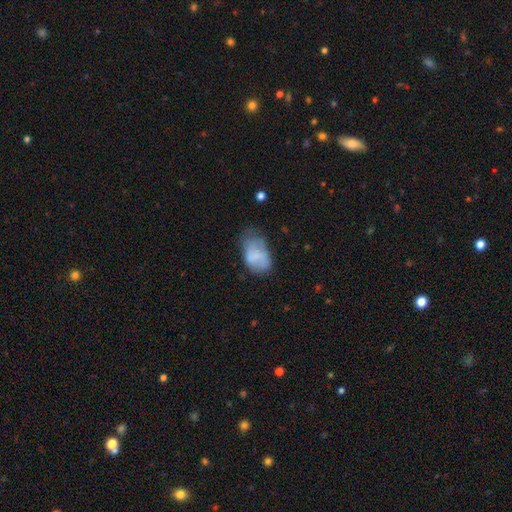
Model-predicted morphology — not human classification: Smooth or featured?
  - smooth: 71% *
  - featured or disk: 21%
  - star or artifact: 9%
How rounded?
  - in between: 89% *
  - round: 10%
  - cigar-shaped: 1%
Merging?
  - minor disturbance: 38% *
  - none: 35%
  - major disturbance: 23%
  - merger: 4%